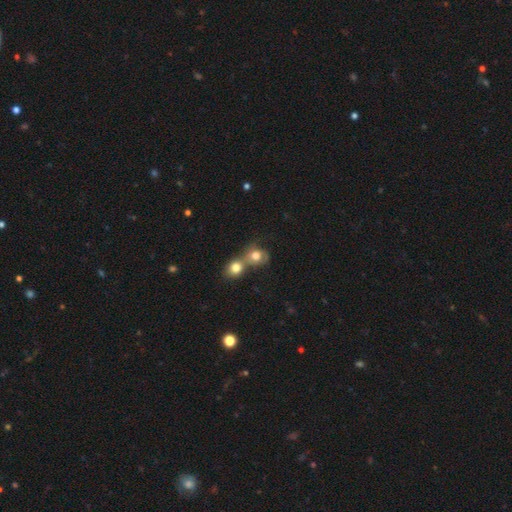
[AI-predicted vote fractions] smooth-or-featured: smooth: 73% | featured or disk: 17% | star or artifact: 10%
  how-rounded: round: 74% | in between: 25% | cigar-shaped: 1%
  merging: merger: 66% | none: 22% | minor disturbance: 7% | major disturbance: 5%